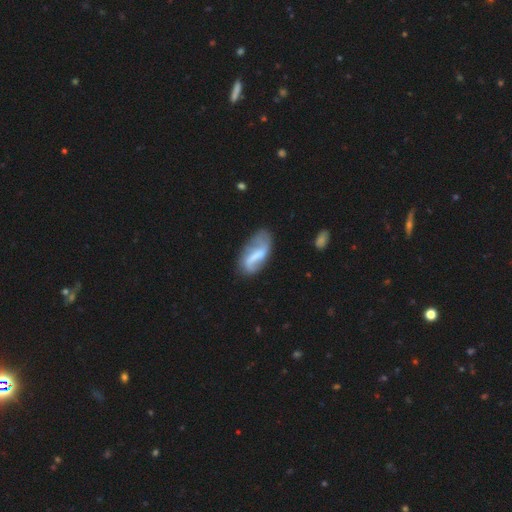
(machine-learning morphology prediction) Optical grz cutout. It shows a featured or disk galaxy (63%) with a strong bar (45%), spiral arms (77%) and no central bulge (44%). Merging: none (52%).